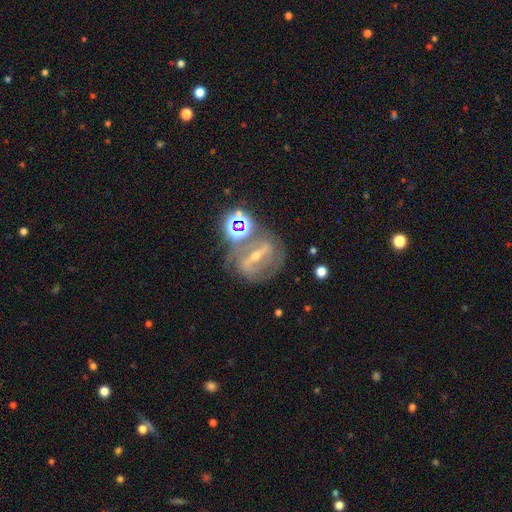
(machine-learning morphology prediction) Overall: featured or disk (74%). Edge-on disk: no (90%). Bar: strong (70%). Spiral arms: yes (76%). Spiral arm count: 2 (58%; can't tell 26%). Spiral winding: tight (46%; medium 38%). Bulge size: small (60%; moderate 35%). Merging: none (59%).